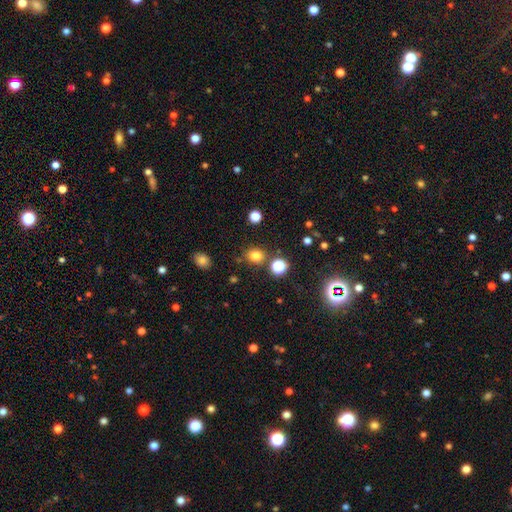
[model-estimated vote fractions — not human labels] Morphology: type=smooth (77%); roundness=round (73%); merging=none (81%).